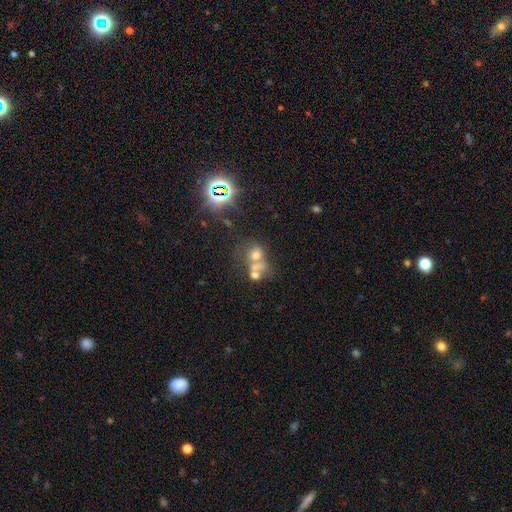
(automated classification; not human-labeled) Q: Smooth or featured?
A: smooth (45%); runner-up: star or artifact (33%)
Q: Merging?
A: merger (51%); runner-up: none (33%)